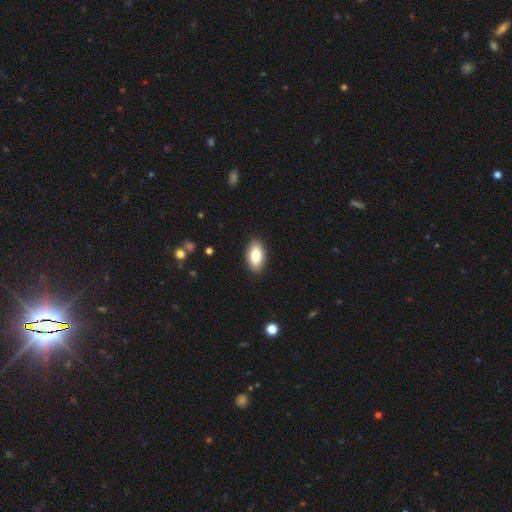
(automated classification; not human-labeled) Smooth or featured? smooth (82%)
How rounded? in between (93%)
Merging? none (89%)